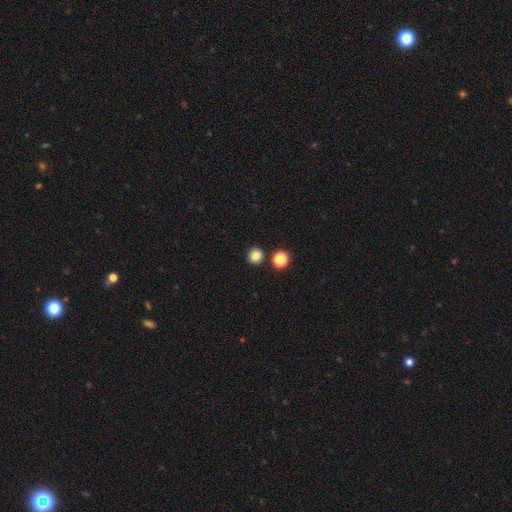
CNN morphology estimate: smooth_or_featured: smooth (p=0.84) [alt: star or artifact p=0.12]
how_rounded: round (p=0.90) [alt: in between p=0.09]
merging: none (p=0.85) [alt: minor disturbance p=0.07]